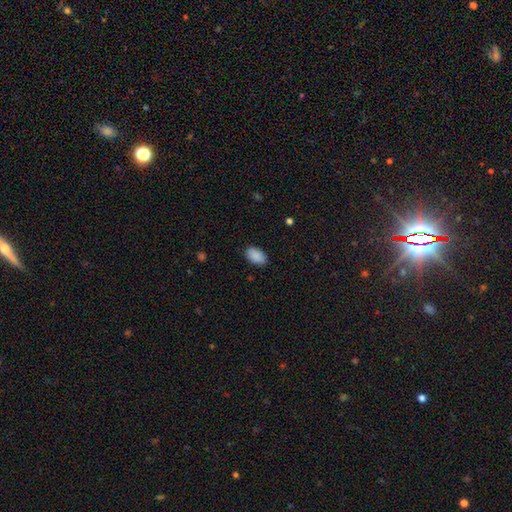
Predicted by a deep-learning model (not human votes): smooth_or_featured: smooth (p=0.91) [alt: star or artifact p=0.07]
how_rounded: in between (p=0.94) [alt: round p=0.05]
merging: none (p=0.88) [alt: minor disturbance p=0.09]